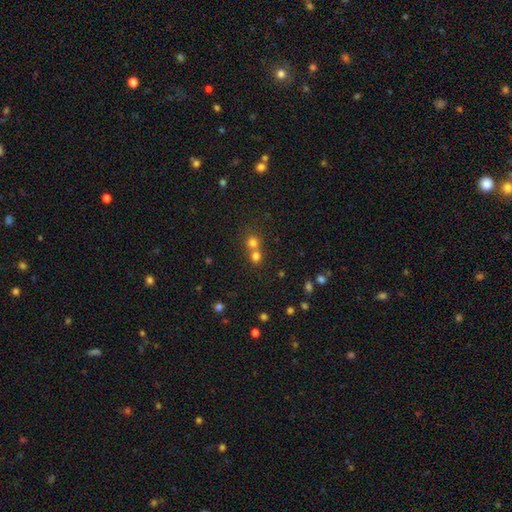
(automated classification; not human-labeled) smooth-or-featured: smooth: 73% | star or artifact: 18% | featured or disk: 9%
  how-rounded: round: 85% | in between: 14% | cigar-shaped: 1%
  merging: merger: 51% | none: 42% | minor disturbance: 5% | major disturbance: 2%